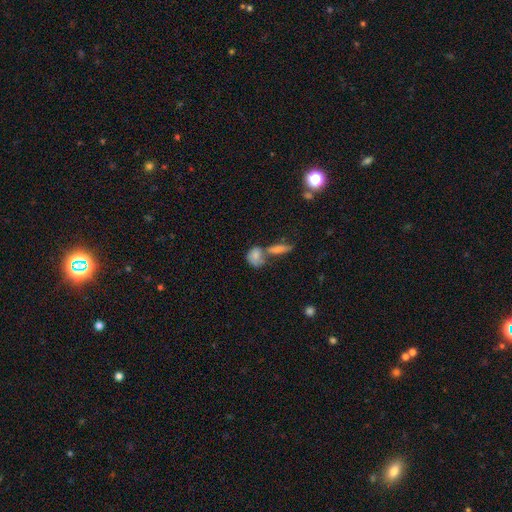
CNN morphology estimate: Q: Smooth or featured?
A: smooth (77%); runner-up: featured or disk (14%)
Q: How rounded?
A: in between (54%); runner-up: round (38%)
Q: Merging?
A: merger (47%); runner-up: none (36%)